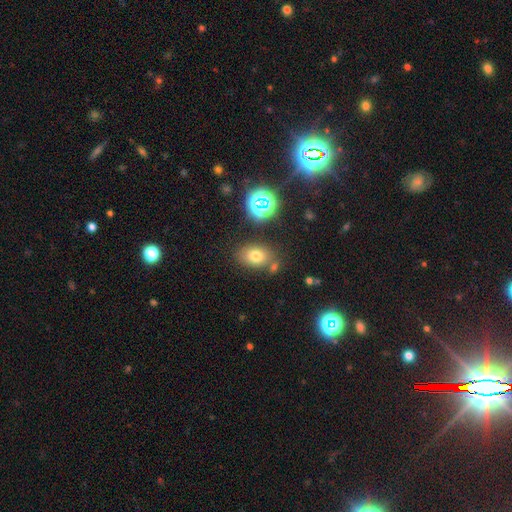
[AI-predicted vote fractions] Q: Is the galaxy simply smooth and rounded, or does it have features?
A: smooth — 71%.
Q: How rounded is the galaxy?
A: in between — 72%.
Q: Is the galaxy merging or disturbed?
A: none — 73%.